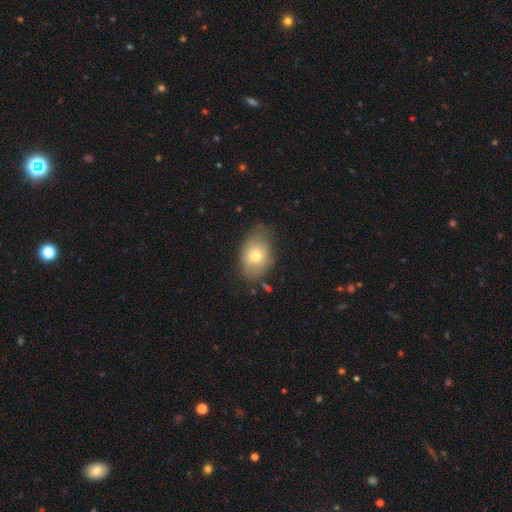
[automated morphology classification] This appears to be a smooth galaxy with no disk features (72%) that is in between round and cigar-shaped (76%). Merging: none (65%).